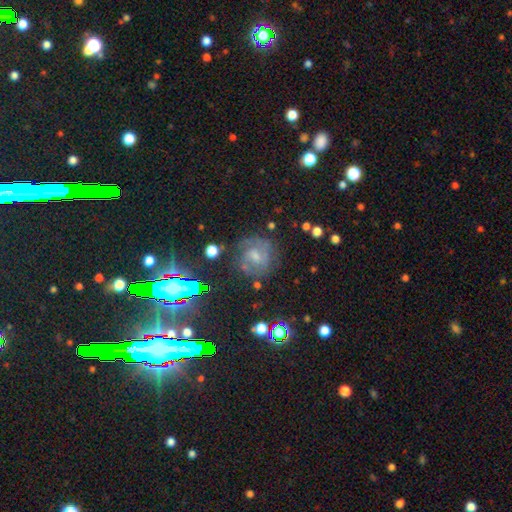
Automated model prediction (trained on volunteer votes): Overall: featured or disk (57%; star or artifact 23%). Edge-on disk: no (96%). Bar: weak (47%; no 37%). Spiral arms: yes (87%). Bulge size: moderate (43%, tied with small). Merging: none (74%).